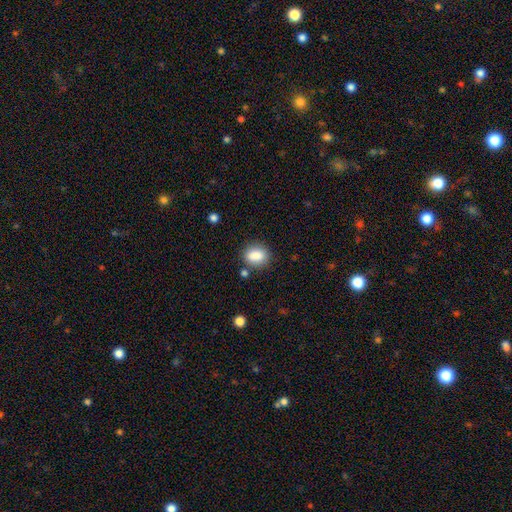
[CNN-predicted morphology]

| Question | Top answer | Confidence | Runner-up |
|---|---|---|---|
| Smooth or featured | smooth | 86% | star or artifact (8%) |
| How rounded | in between | 59% | round (39%) |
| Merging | none | 79% | minor disturbance (12%) |